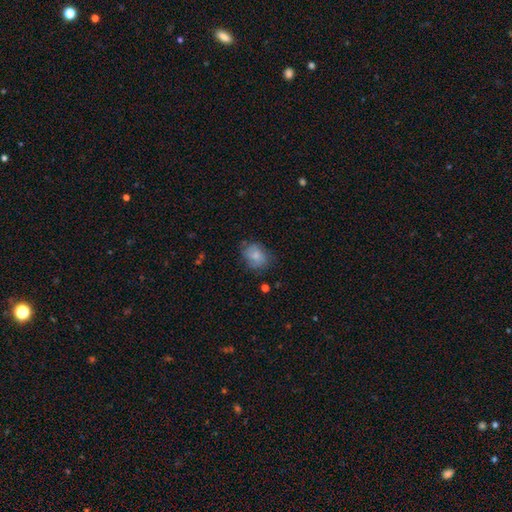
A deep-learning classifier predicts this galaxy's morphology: smooth-or-featured: smooth: 76% | featured or disk: 17% | star or artifact: 8%
  how-rounded: in between: 56% | round: 43% | cigar-shaped: 1%
  merging: none: 68% | minor disturbance: 24% | major disturbance: 7% | merger: 2%